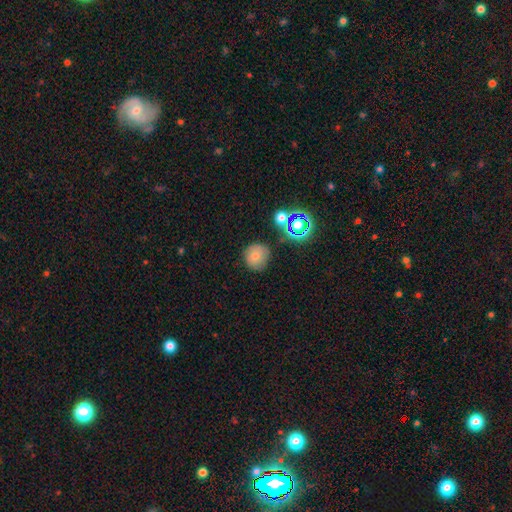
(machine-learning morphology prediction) Q: Smooth or featured?
A: smooth (73%); runner-up: star or artifact (16%)
Q: How rounded?
A: round (92%); runner-up: in between (7%)
Q: Merging?
A: none (78%); runner-up: minor disturbance (13%)